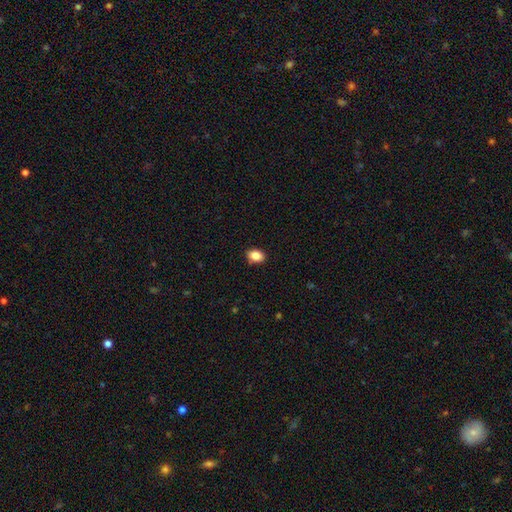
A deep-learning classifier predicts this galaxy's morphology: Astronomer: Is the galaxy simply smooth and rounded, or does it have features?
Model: smooth — 85%.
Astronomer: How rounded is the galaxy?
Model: in between — 73%.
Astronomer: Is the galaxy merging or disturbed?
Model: none — 89%.